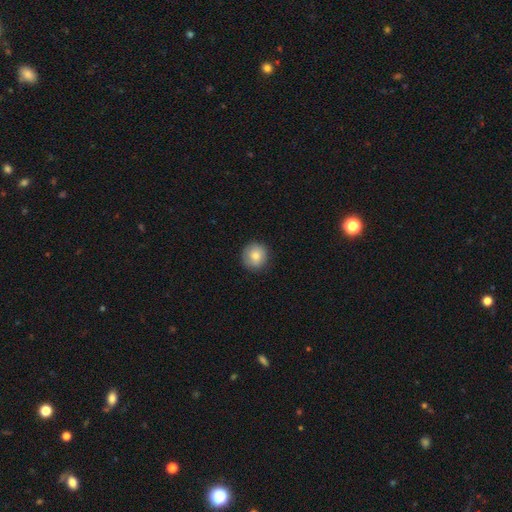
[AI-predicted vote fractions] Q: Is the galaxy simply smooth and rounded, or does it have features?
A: smooth — 80%.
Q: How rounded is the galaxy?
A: round — 93%.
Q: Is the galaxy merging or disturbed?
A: none — 87%.